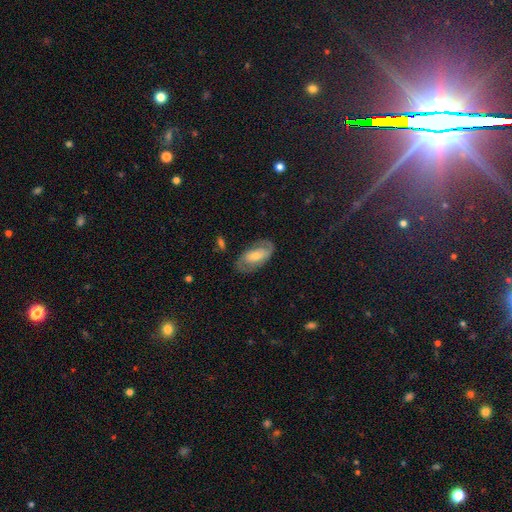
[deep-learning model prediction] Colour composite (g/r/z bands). It shows a featured or disk galaxy (54%). Merging: none (69%).